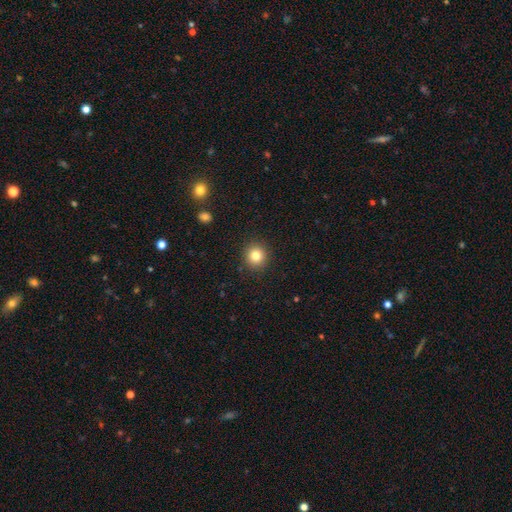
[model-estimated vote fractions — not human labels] A smooth galaxy with no disk features (81%) that is round (92%).

Vote fractions:
- Smooth or featured? smooth: 81% / star or artifact: 12% / featured or disk: 7%
- How rounded? round: 92% / in between: 7% / cigar-shaped: 1%
- Merging? none: 91% / minor disturbance: 6% / major disturbance: 2% / merger: 1%